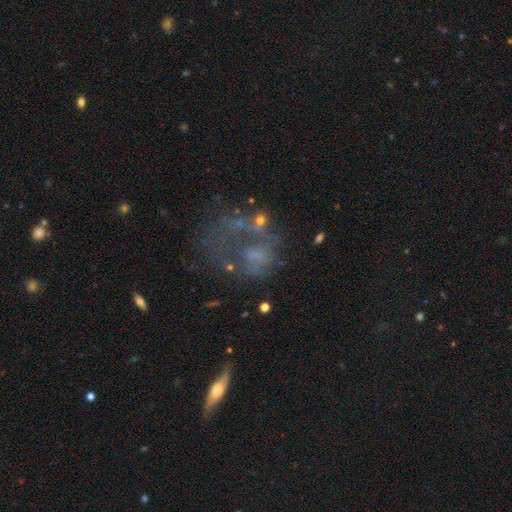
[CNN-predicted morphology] This is possibly a featured or disk galaxy (53%). It is clearly not viewed edge-on (97%). Bar: clearly no (85%). Spiral arm pattern: likely no (79%). Central bulge: possibly none (58%). Merging: possibly major disturbance (48%).